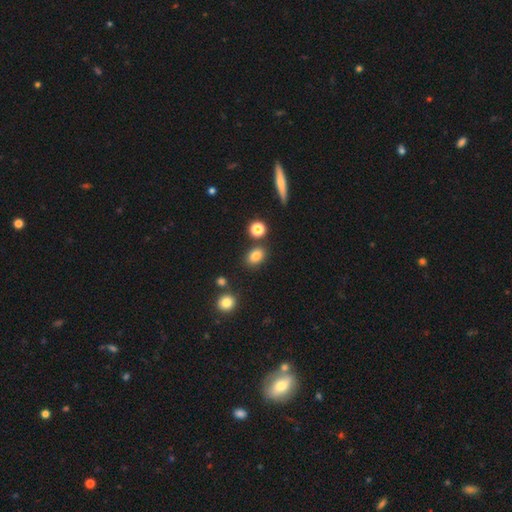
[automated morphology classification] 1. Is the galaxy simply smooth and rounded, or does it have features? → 81% smooth, 12% star or artifact, 7% featured or disk.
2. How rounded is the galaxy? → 66% in between, 32% round, 2% cigar-shaped.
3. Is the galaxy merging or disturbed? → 79% none, 10% minor disturbance, 8% merger, 3% major disturbance.